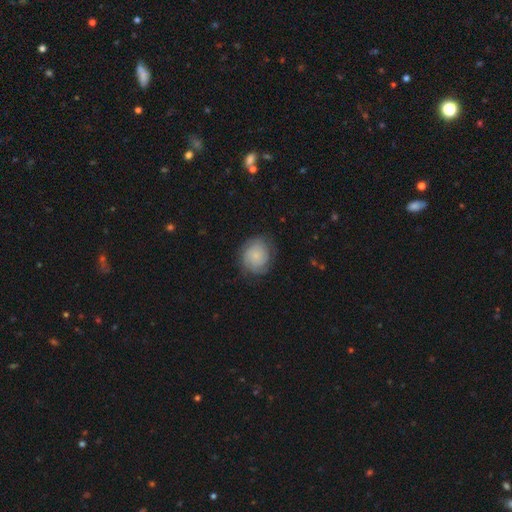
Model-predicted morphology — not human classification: Smooth or featured?
  - smooth: 47% *
  - featured or disk: 45%
  - star or artifact: 8%
Merging?
  - none: 73% *
  - minor disturbance: 18%
  - major disturbance: 7%
  - merger: 1%